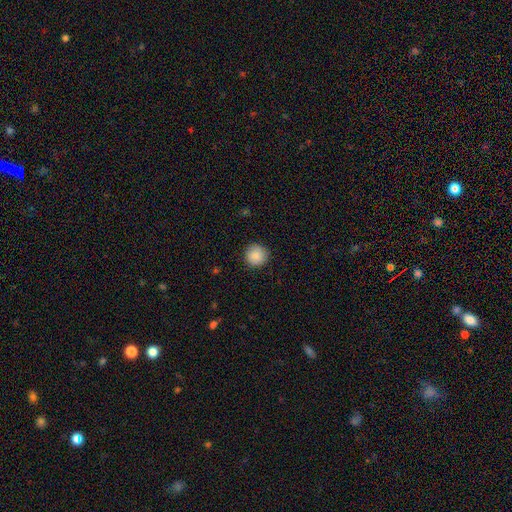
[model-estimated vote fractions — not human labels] Smooth or featured: smooth — 87% (star or artifact — 8%)
How rounded: round — 95% (in between — 4%)
Merging: none — 90% (minor disturbance — 7%)